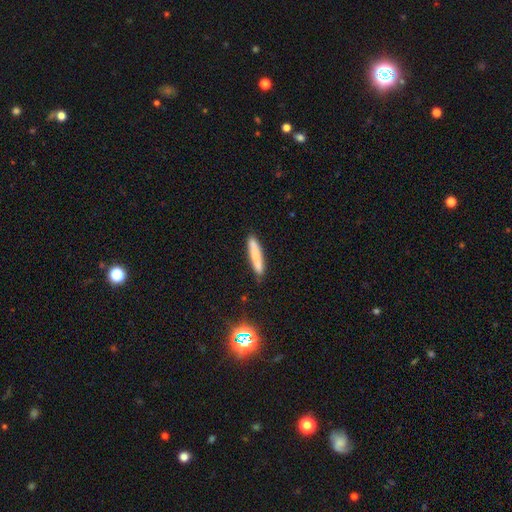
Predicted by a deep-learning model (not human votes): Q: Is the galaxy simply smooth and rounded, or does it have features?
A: smooth — 75%.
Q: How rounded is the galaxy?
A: cigar-shaped — 91%.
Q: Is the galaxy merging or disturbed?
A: none — 84%.